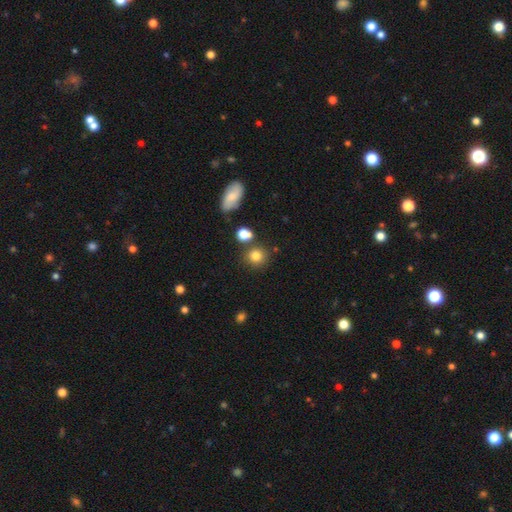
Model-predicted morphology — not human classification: A smooth galaxy with no disk features (80%) that is round (85%). Merging: none (76%).